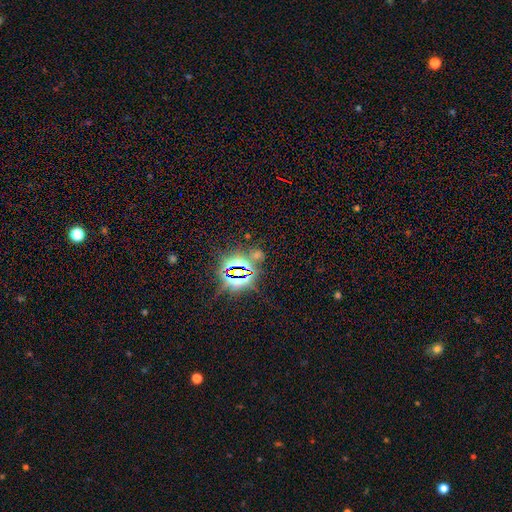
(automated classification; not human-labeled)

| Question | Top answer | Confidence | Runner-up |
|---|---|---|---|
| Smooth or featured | star or artifact | 79% | smooth (13%) |